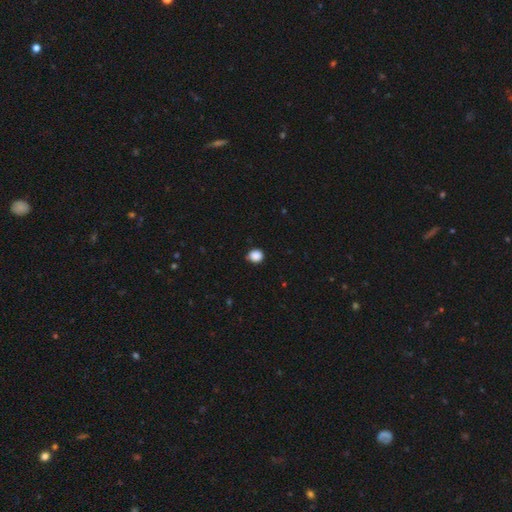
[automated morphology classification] type=smooth (88%); roundness=round (81%); merging=none (85%).